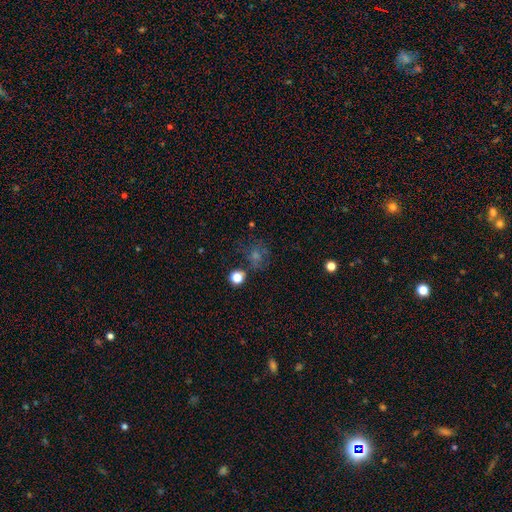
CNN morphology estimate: A smooth galaxy with no disk features (41%). Merging: none (70%).